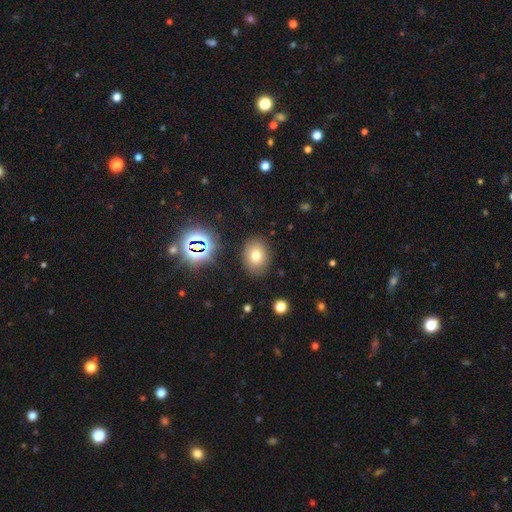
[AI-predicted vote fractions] Smooth or featured: smooth — 71% (star or artifact — 17%)
How rounded: in between — 54% (round — 45%)
Merging: none — 84% (minor disturbance — 10%)